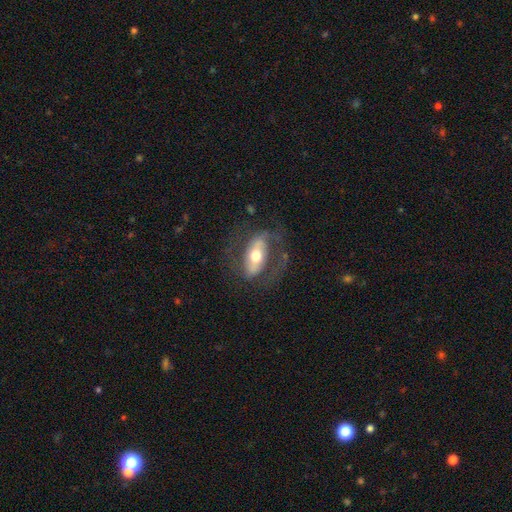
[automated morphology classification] smooth_or_featured: featured or disk (p=0.65) [alt: smooth p=0.30]
disk_edge_on: no (p=0.87) [alt: yes p=0.13]
bar: strong (p=0.45) [alt: no p=0.28]
has_spiral_arms: yes (p=0.67) [alt: no p=0.33]
bulge_size: moderate (p=0.68) [alt: large p=0.16]
merging: none (p=0.63) [alt: minor disturbance p=0.18]